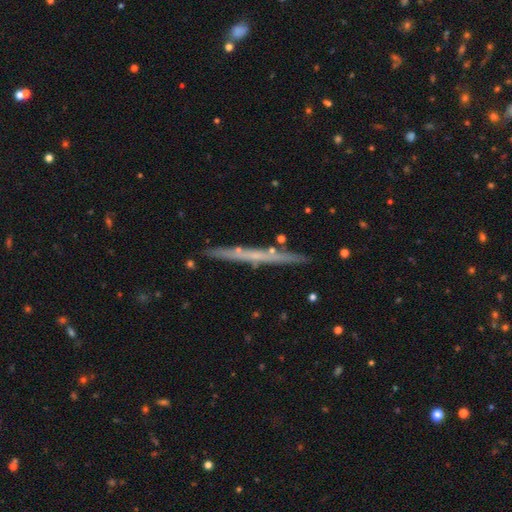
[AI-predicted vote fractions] featured or disk 59%, smooth 35%, star or artifact 7%. Down the decision tree: edge-on disk — yes (96%); edge-on bulge — none (82%); merging — none (88%).